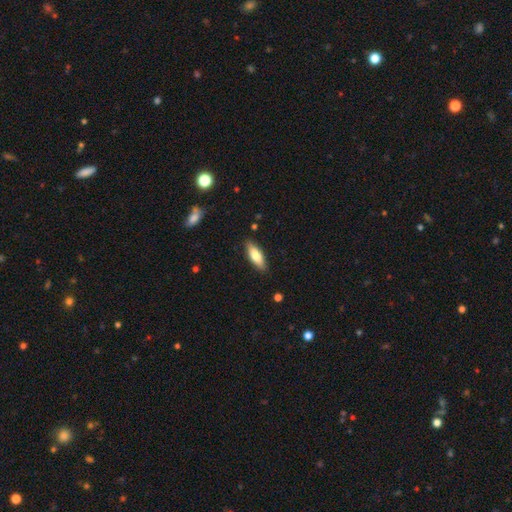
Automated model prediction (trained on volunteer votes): Overall: smooth (72%). How rounded: in between (59%; cigar-shaped 39%). Merging: none (87%).